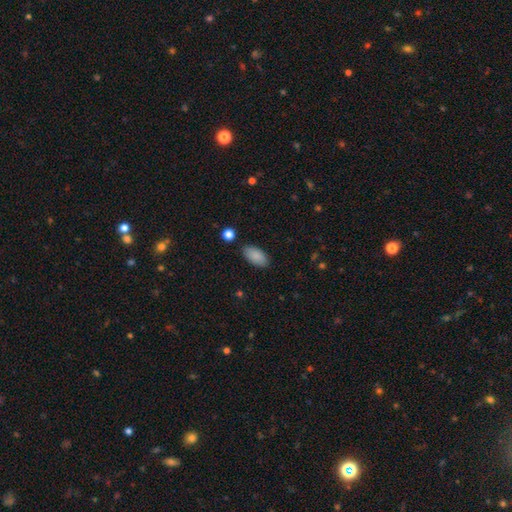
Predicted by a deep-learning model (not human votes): This appears to be a smooth galaxy with no disk features (89%) that is in between round and cigar-shaped (93%). Merging: none (85%).